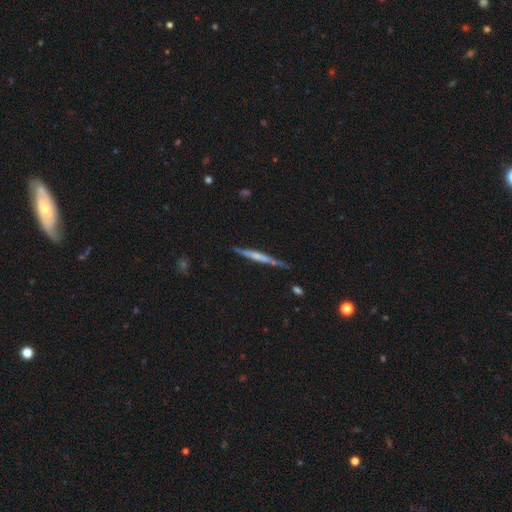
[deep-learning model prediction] Smooth or featured? Predicted: featured or disk (p=0.68). Edge-on disk? Predicted: yes (p=0.97). Edge-on bulge? Predicted: none (p=0.44). Merging? Predicted: none (p=0.85).